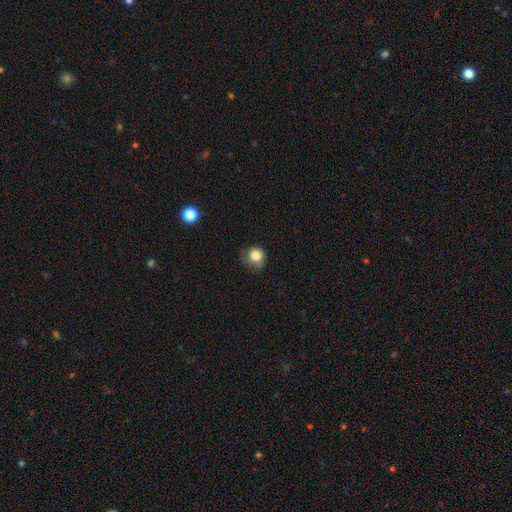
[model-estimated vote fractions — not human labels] Overall: smooth (84%). How rounded: round (83%). Merging: none (64%; minor disturbance 27%).